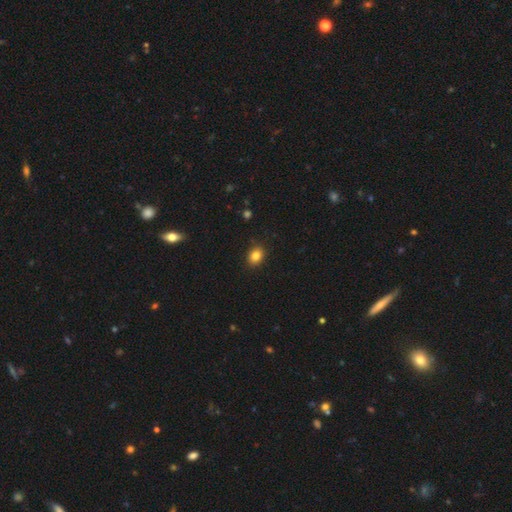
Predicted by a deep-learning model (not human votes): Smooth or featured: smooth — 84% (star or artifact — 10%)
How rounded: in between — 52% (round — 47%)
Merging: none — 89% (minor disturbance — 8%)